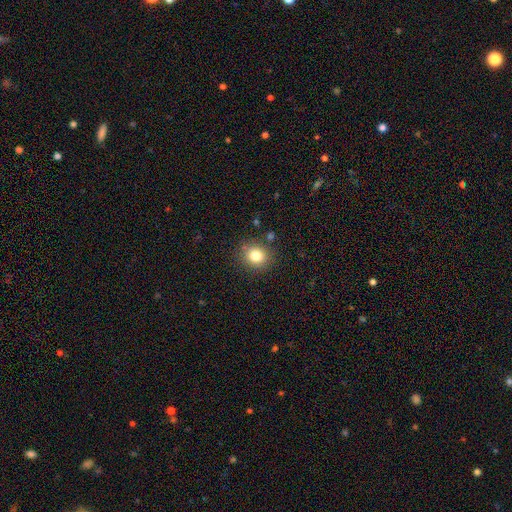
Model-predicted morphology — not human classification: Smooth or featured? smooth (81%)
How rounded? round (81%)
Merging? none (85%)